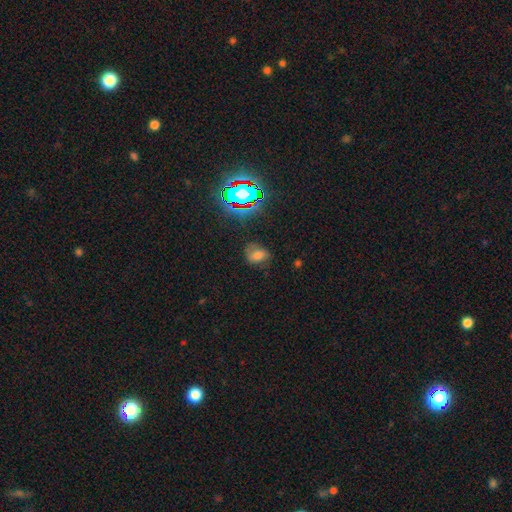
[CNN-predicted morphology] A smooth galaxy with no disk features (61%) that is in between round and cigar-shaped (63%). Merging: none (59%).